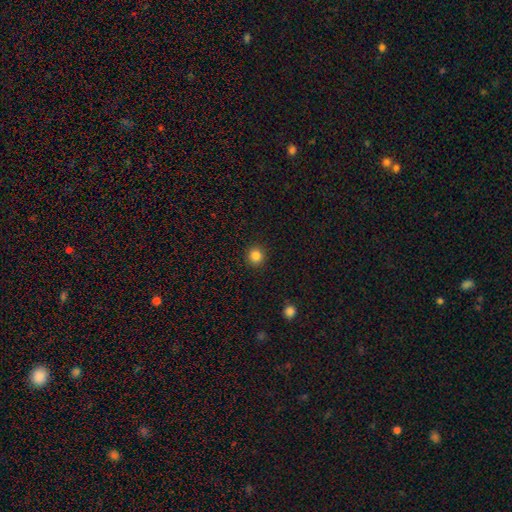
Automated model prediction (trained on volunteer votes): Q: Smooth or featured?
A: smooth (85%); runner-up: star or artifact (11%)
Q: How rounded?
A: round (92%); runner-up: in between (7%)
Q: Merging?
A: none (93%); runner-up: minor disturbance (5%)